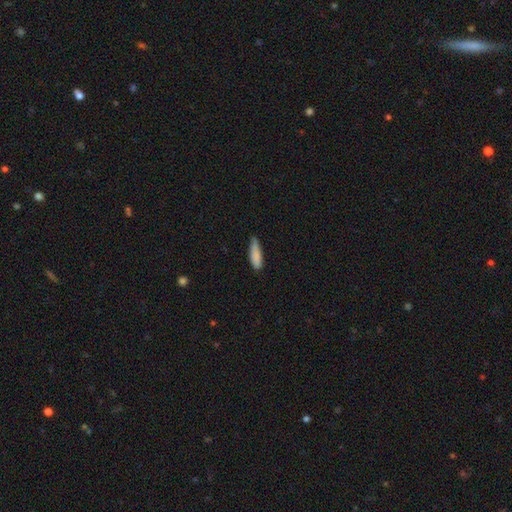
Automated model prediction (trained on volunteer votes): Overall: smooth (86%). How rounded: cigar-shaped (60%; in between 38%). Merging: none (61%; minor disturbance 32%).